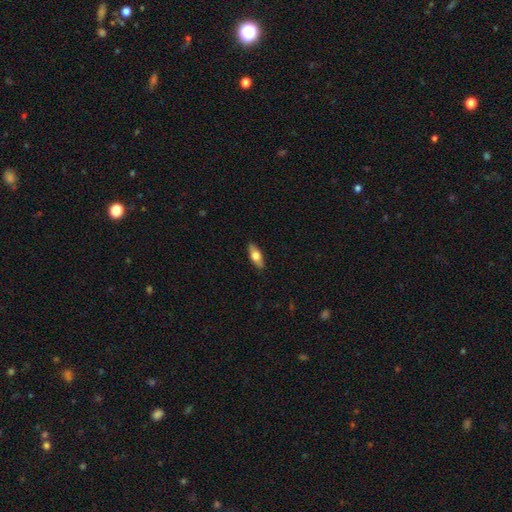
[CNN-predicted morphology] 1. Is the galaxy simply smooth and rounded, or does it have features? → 63% smooth, 31% featured or disk, 6% star or artifact.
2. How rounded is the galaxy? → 72% in between, 25% cigar-shaped, 3% round.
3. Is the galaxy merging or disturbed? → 87% none, 10% minor disturbance, 2% major disturbance, 1% merger.